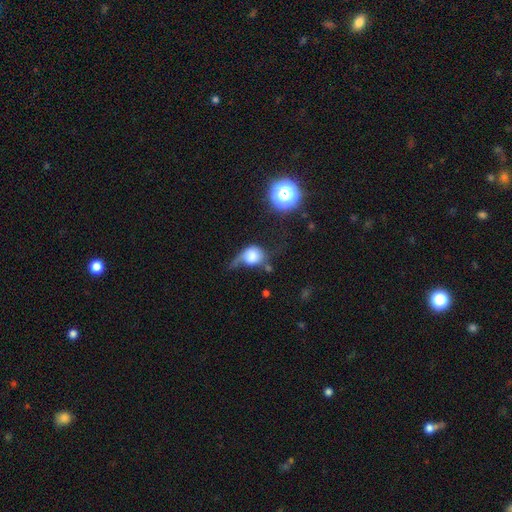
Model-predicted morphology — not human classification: A smooth galaxy with no disk features (65%) that is round (68%).

Vote fractions:
- Smooth or featured? smooth: 65% / featured or disk: 22% / star or artifact: 13%
- How rounded? round: 68% / in between: 30% / cigar-shaped: 2%
- Merging? major disturbance: 41% / minor disturbance: 29% / none: 22% / merger: 8%